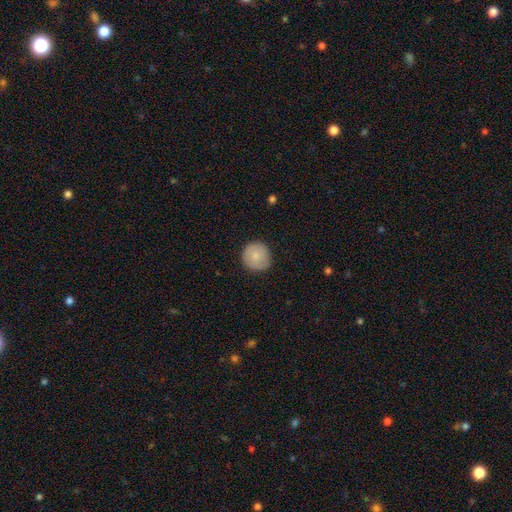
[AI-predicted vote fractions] A smooth galaxy with no disk features (81%) that is round (94%). Merging: none (85%).